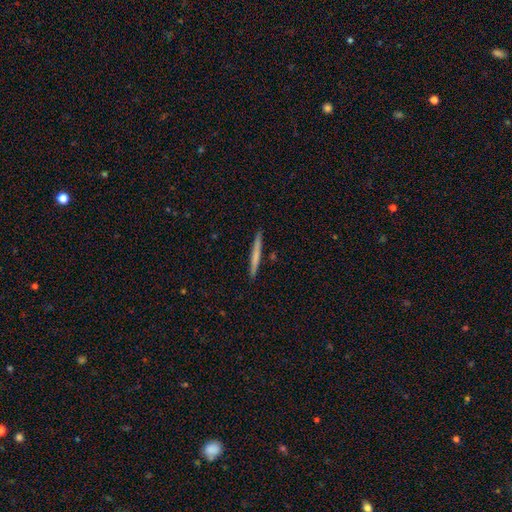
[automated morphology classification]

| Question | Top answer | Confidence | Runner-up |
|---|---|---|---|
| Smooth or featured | smooth | 61% | featured or disk (34%) |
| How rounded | cigar-shaped | 97% | in between (2%) |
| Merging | none | 92% | minor disturbance (6%) |